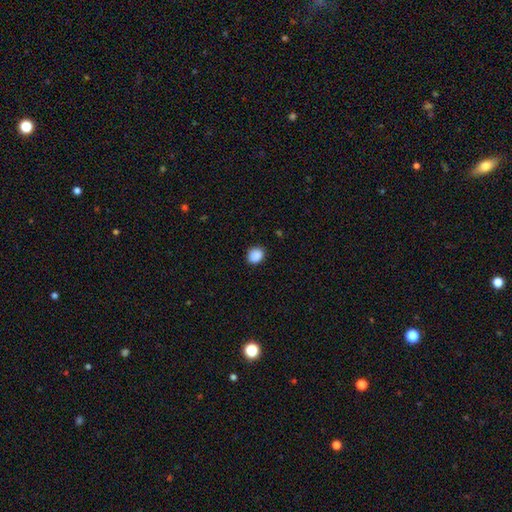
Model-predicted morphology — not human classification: type=smooth (89%); roundness=round (68%); merging=none (88%).